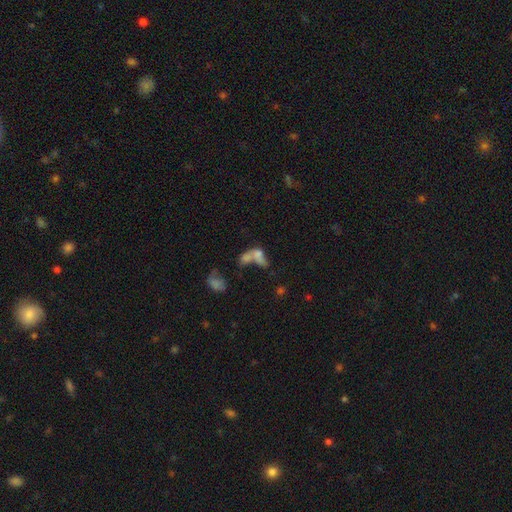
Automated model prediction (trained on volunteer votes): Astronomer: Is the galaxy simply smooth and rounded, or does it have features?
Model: smooth — 56%.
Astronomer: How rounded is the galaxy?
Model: in between — 73%.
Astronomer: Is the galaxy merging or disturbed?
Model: merger — 63%.